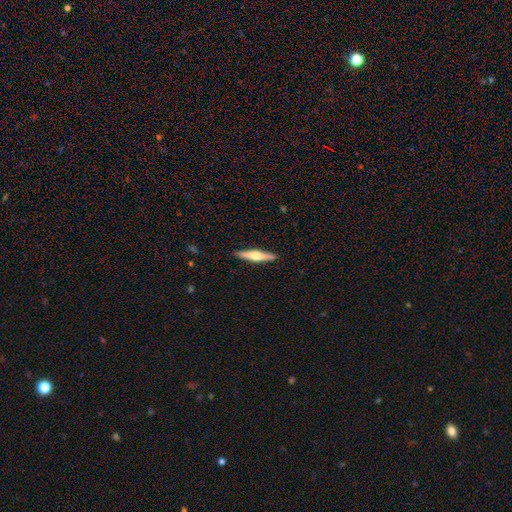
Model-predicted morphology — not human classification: Smooth or featured? featured or disk (59%)
Edge-on disk? yes (97%)
Edge-on bulge? rounded (92%)
Merging? none (91%)